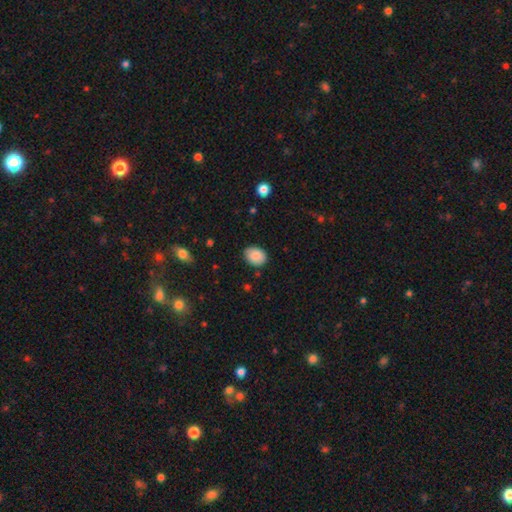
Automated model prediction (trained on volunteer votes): This appears to be a smooth galaxy with no disk features (87%) that is in between round and cigar-shaped (62%). Merging: none (80%).